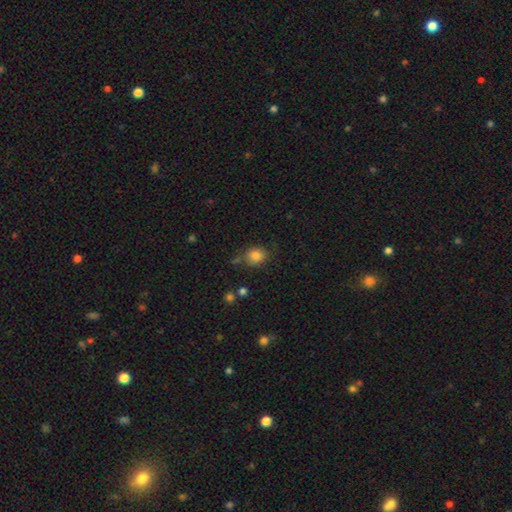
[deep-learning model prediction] Smooth or featured: smooth — 82% (star or artifact — 11%)
How rounded: round — 74% (in between — 26%)
Merging: none — 74% (minor disturbance — 16%)